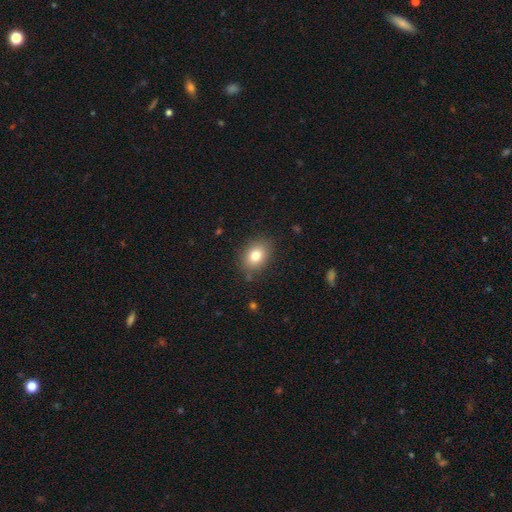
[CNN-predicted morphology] smooth 80%, star or artifact 10%, featured or disk 9%. Down the decision tree: how rounded — in between (66%); merging — none (83%).